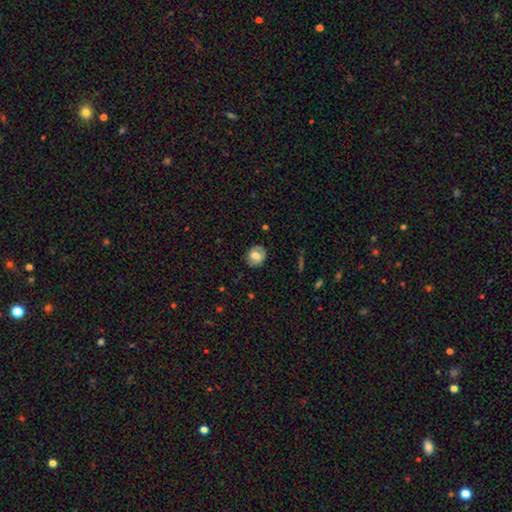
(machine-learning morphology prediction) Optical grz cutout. It shows a smooth galaxy with no disk features (59%) that is round (66%). Merging: none (82%).